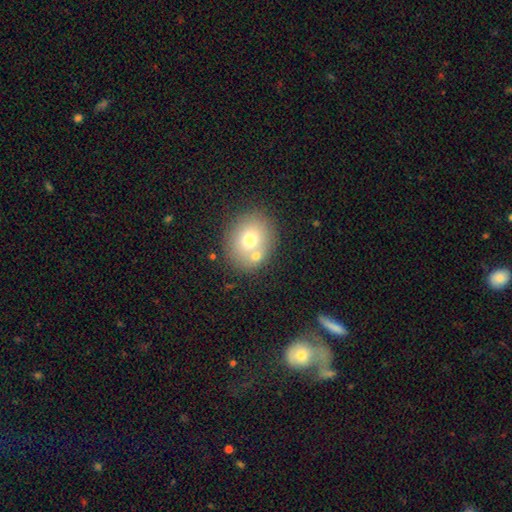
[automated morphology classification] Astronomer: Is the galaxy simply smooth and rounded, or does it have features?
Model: smooth — 70%.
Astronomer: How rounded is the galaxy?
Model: round — 68%.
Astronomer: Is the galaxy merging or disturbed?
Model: none — 68%.